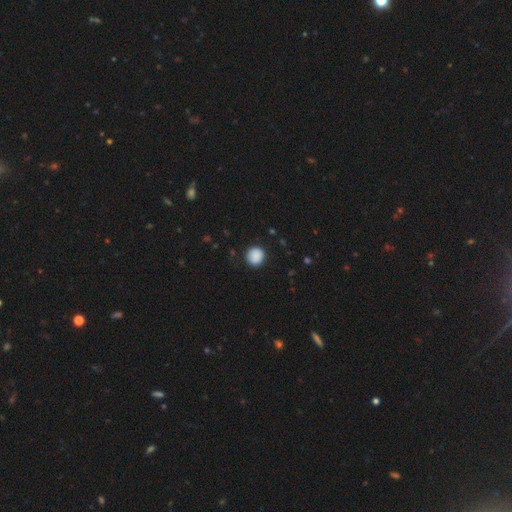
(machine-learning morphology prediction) The model was most divided on "merging": none: 88%, minor disturbance: 9%, major disturbance: 2%, merger: 1%. More confident: how rounded — round (93%); smooth or featured — smooth (88%).